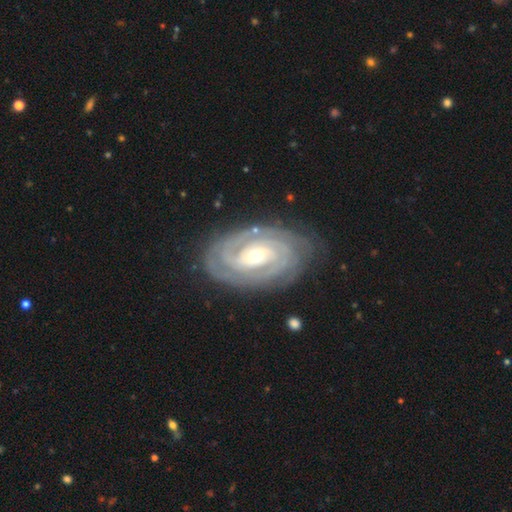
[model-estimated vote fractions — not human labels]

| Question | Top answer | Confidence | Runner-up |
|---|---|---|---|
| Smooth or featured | featured or disk | 91% | star or artifact (5%) |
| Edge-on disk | no | 96% | yes (4%) |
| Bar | no | 40% | weak (37%) |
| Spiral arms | yes | 98% | no (2%) |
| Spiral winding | tight | 83% | medium (15%) |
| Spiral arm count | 2 | 39% | 3 (23%) |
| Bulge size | moderate | 52% | small (44%) |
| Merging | none | 81% | minor disturbance (14%) |